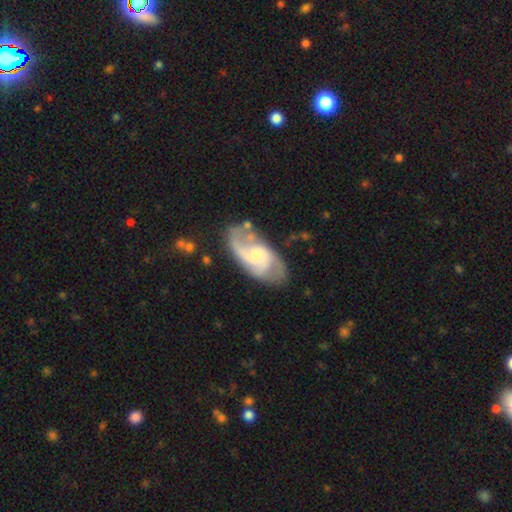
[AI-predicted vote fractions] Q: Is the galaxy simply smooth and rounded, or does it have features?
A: featured or disk — 79%.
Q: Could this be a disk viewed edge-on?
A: no — 96%.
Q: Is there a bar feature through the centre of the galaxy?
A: weak — 47%.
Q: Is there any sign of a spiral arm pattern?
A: yes — 93%.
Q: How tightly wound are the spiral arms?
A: medium — 48%.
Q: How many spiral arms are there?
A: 2 — 64%.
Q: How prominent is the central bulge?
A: small — 41%.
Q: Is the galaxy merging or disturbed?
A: none — 66%.